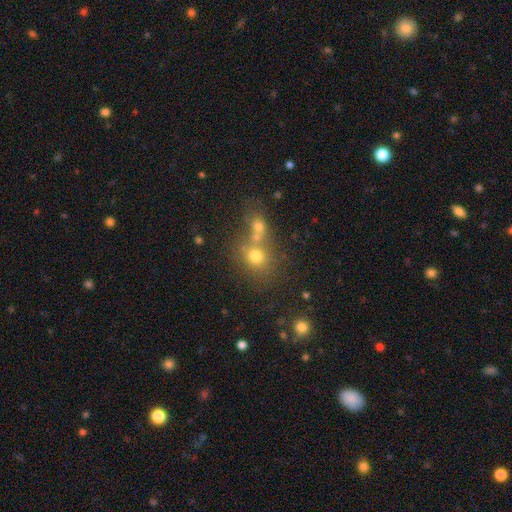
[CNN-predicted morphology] This appears to be a smooth galaxy with no disk features (68%) that is round (76%). Merging: none (46%).